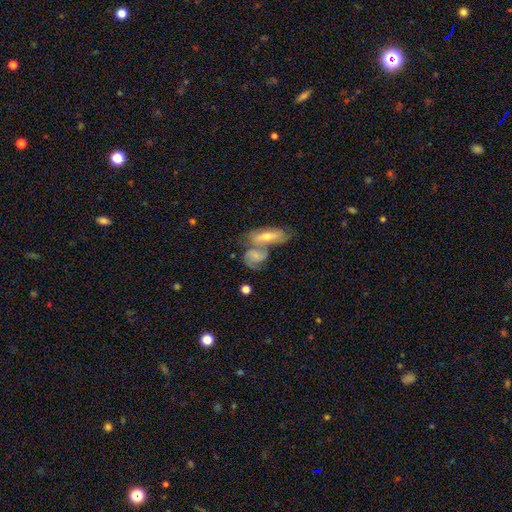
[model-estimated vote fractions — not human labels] smooth_or_featured: featured or disk (p=0.60) [alt: smooth p=0.33]
disk_edge_on: no (p=0.89) [alt: yes p=0.11]
bar: no (p=0.57) [alt: weak p=0.32]
has_spiral_arms: yes (p=0.87) [alt: no p=0.13]
bulge_size: small (p=0.48) [alt: moderate p=0.37]
merging: merger (p=0.56) [alt: none p=0.27]